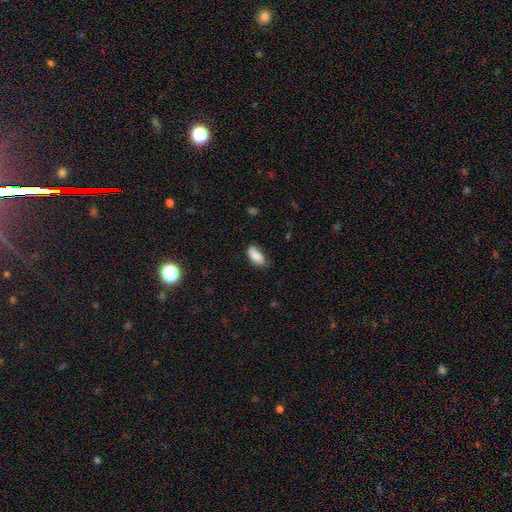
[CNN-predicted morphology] Smooth or featured?
  - smooth: 83% *
  - featured or disk: 9%
  - star or artifact: 7%
How rounded?
  - in between: 92% *
  - cigar-shaped: 6%
  - round: 3%
Merging?
  - none: 63% *
  - minor disturbance: 27%
  - major disturbance: 6%
  - merger: 3%